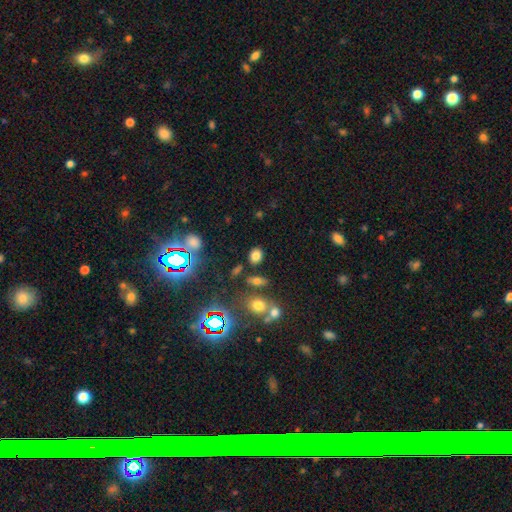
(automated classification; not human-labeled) Smooth or featured? Predicted: smooth (p=0.73). How rounded? Predicted: in between (p=0.56). Merging? Predicted: none (p=0.80).